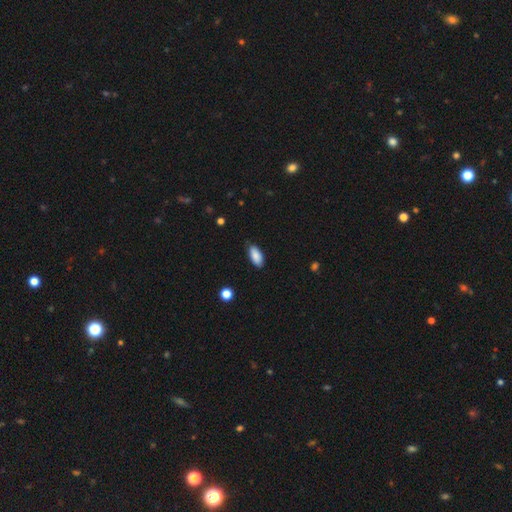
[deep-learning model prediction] smooth-or-featured: smooth: 87% | star or artifact: 7% | featured or disk: 6%
  how-rounded: in between: 89% | cigar-shaped: 9% | round: 2%
  merging: none: 84% | minor disturbance: 13% | major disturbance: 2% | merger: 1%